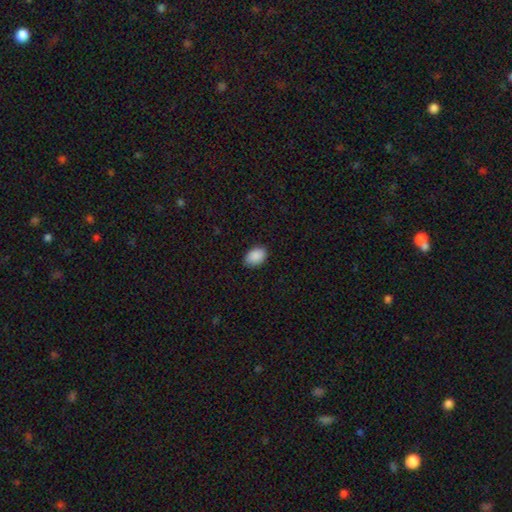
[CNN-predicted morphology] The model was most divided on "merging": none: 83%, minor disturbance: 14%, major disturbance: 2%, merger: 1%. More confident: smooth or featured — smooth (90%); how rounded — in between (85%).